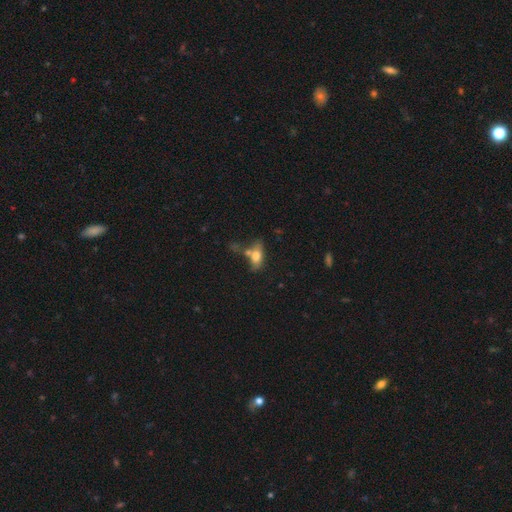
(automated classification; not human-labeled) smooth 70%, featured or disk 21%, star or artifact 9%. Down the decision tree: how rounded — in between (81%); merging — none (42%).